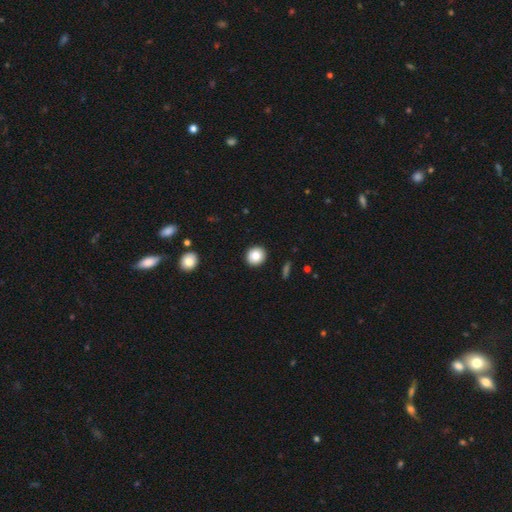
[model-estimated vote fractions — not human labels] A smooth galaxy with no disk features (84%) that is round (87%).

Vote fractions:
- Smooth or featured? smooth: 84% / star or artifact: 9% / featured or disk: 7%
- How rounded? round: 87% / in between: 12% / cigar-shaped: 1%
- Merging? none: 92% / minor disturbance: 5% / major disturbance: 2% / merger: 1%